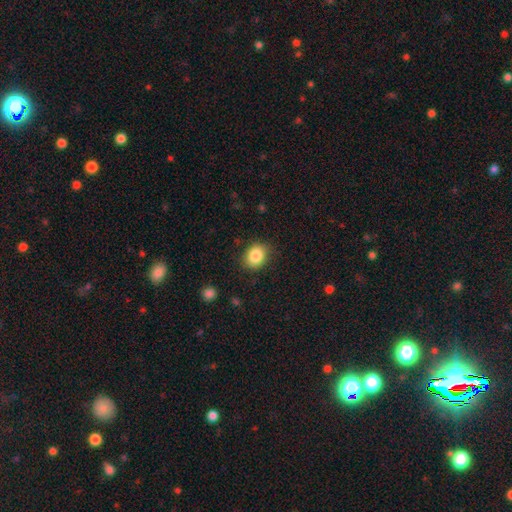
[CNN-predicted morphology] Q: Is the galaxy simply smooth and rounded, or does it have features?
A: smooth — 85%.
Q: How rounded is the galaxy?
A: in between — 52%.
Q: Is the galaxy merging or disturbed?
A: none — 83%.